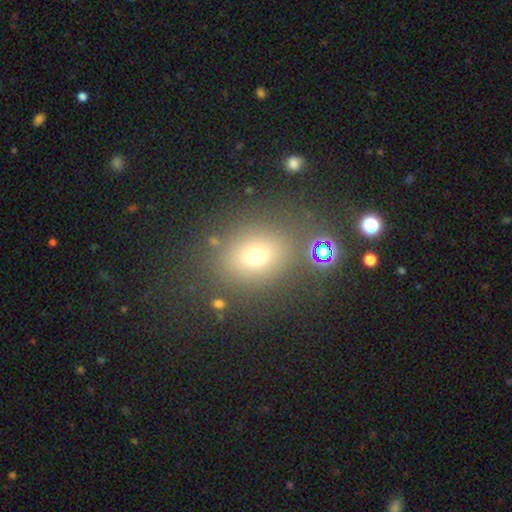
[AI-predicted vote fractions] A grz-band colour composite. It shows a smooth galaxy with no disk features (67%) that is round (67%). Merging: none (78%).